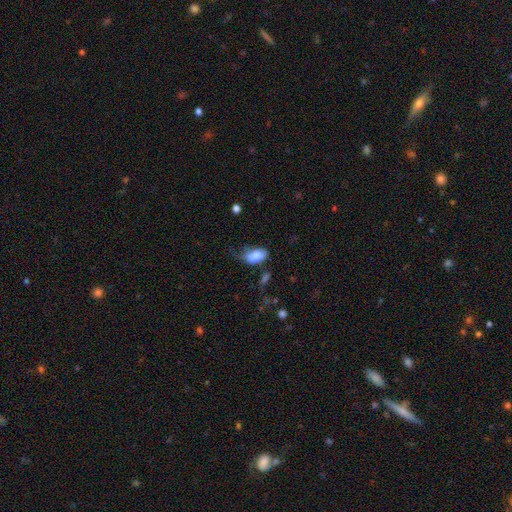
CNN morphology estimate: smooth 78%, featured or disk 14%, star or artifact 8%. Down the decision tree: how rounded — in between (91%); merging — minor disturbance (38%).